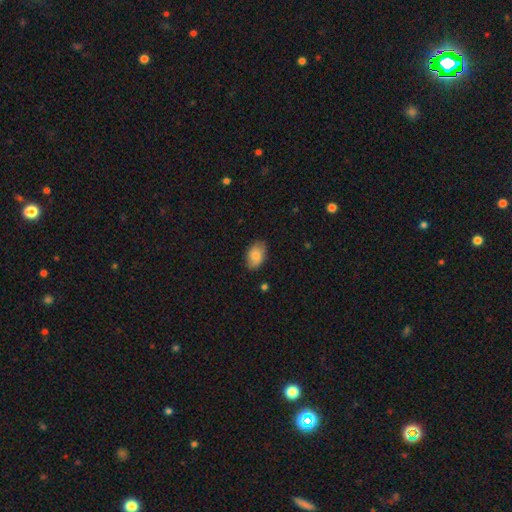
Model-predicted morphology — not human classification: smooth 82%, featured or disk 12%, star or artifact 7%. Down the decision tree: how rounded — in between (90%); merging — none (81%).